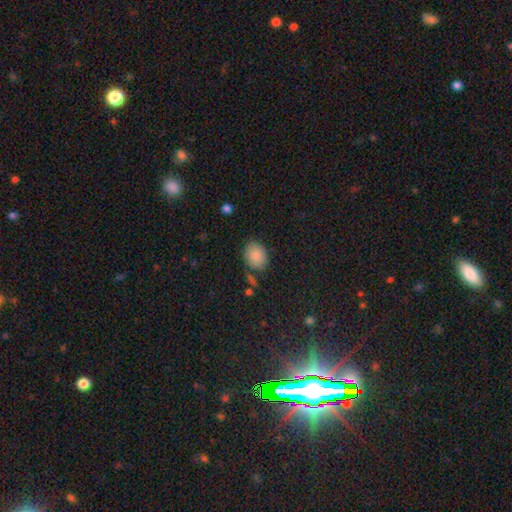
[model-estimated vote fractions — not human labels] smooth-or-featured: smooth: 86% | star or artifact: 8% | featured or disk: 6%
  how-rounded: in between: 65% | round: 34% | cigar-shaped: 1%
  merging: none: 77% | minor disturbance: 15% | merger: 4% | major disturbance: 4%